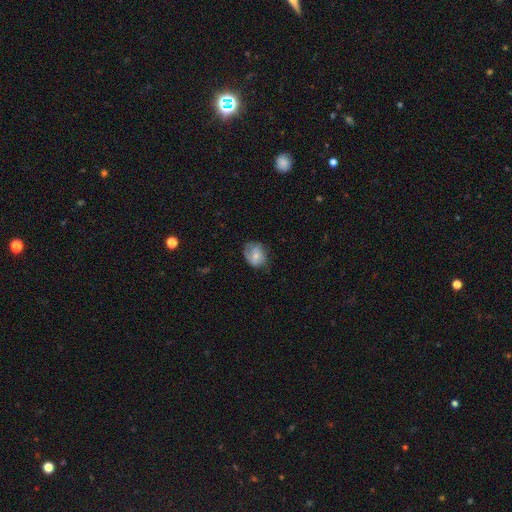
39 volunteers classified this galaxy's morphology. This is likely a smooth galaxy (67%). How rounded: likely round (69%). Merging: possibly none (58%).